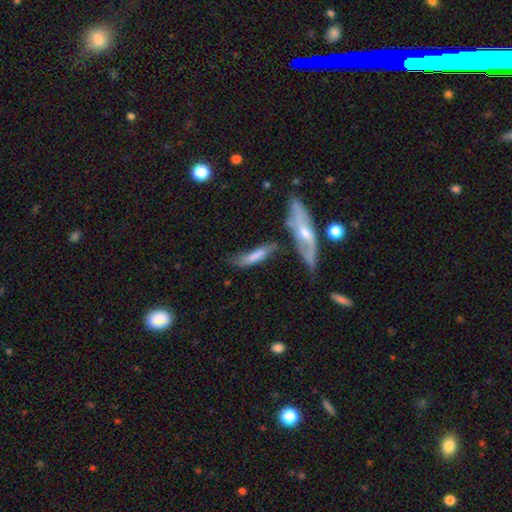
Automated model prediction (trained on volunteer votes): Morphology: type=smooth (62%); roundness=cigar-shaped (73%); merging=none (41%).